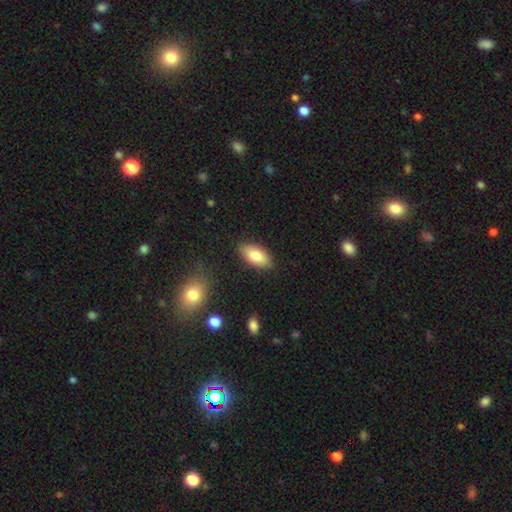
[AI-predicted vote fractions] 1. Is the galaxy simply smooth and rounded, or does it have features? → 82% smooth, 11% featured or disk, 7% star or artifact.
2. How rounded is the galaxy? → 92% in between, 5% cigar-shaped, 3% round.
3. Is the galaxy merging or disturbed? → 86% none, 10% minor disturbance, 2% major disturbance, 1% merger.